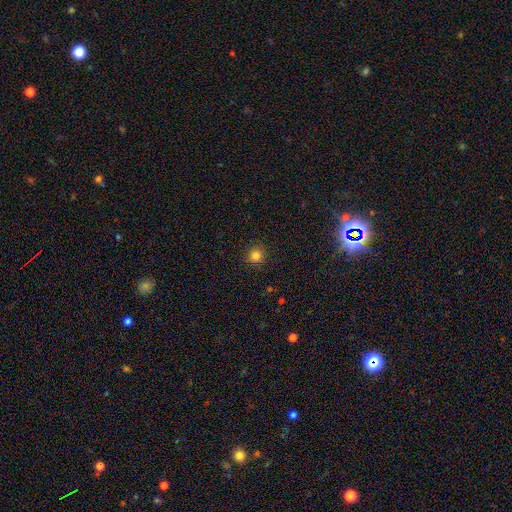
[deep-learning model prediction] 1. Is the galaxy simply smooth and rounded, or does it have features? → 83% smooth, 13% star or artifact, 4% featured or disk.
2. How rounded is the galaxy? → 94% round, 5% in between, 1% cigar-shaped.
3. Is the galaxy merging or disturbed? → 91% none, 6% minor disturbance, 2% major disturbance, 1% merger.